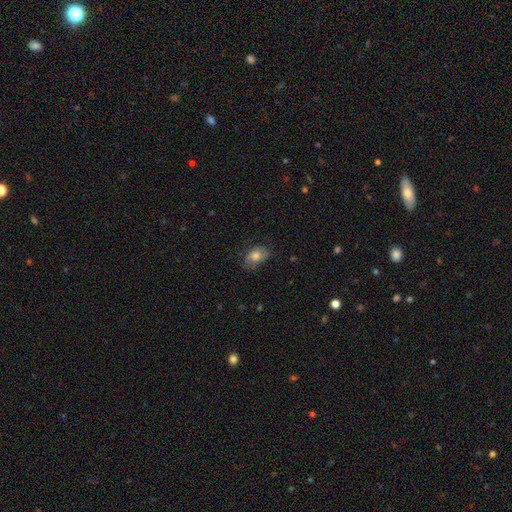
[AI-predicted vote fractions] Q: Smooth or featured?
A: smooth (65%); runner-up: featured or disk (26%)
Q: How rounded?
A: in between (80%); runner-up: round (19%)
Q: Merging?
A: none (64%); runner-up: minor disturbance (25%)